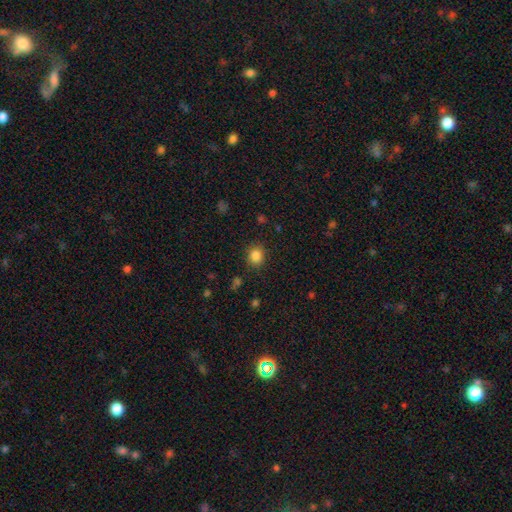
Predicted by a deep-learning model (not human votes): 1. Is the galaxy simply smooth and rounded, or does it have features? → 85% smooth, 11% star or artifact, 4% featured or disk.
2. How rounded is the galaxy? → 75% round, 24% in between, 1% cigar-shaped.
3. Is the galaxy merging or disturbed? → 86% none, 9% minor disturbance, 3% major disturbance, 2% merger.